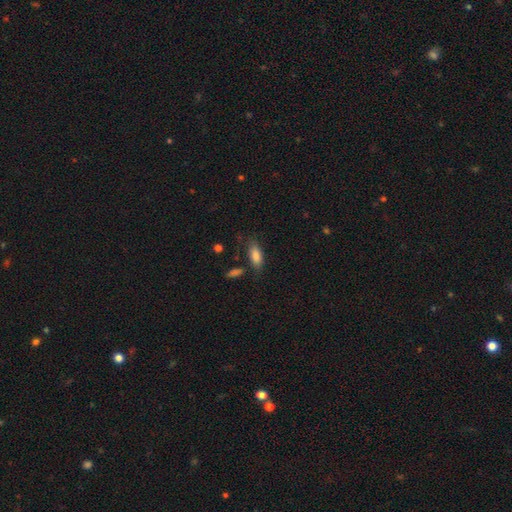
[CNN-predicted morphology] Overall: smooth (84%). How rounded: in between (81%). Merging: none (71%).